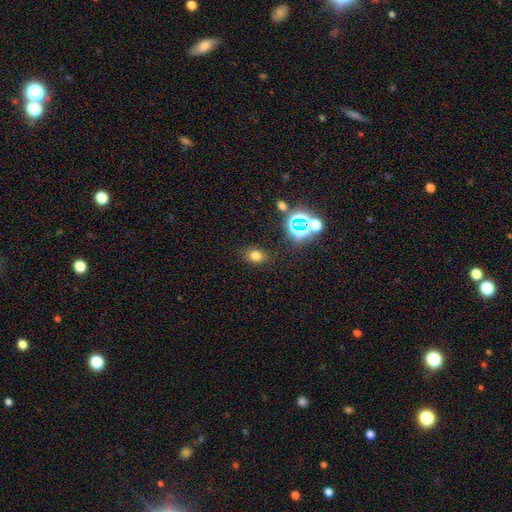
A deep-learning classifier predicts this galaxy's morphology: The model was most divided on "how rounded": in between: 59%, round: 40%, cigar-shaped: 1%. More confident: merging — none (83%); smooth or featured — smooth (71%).